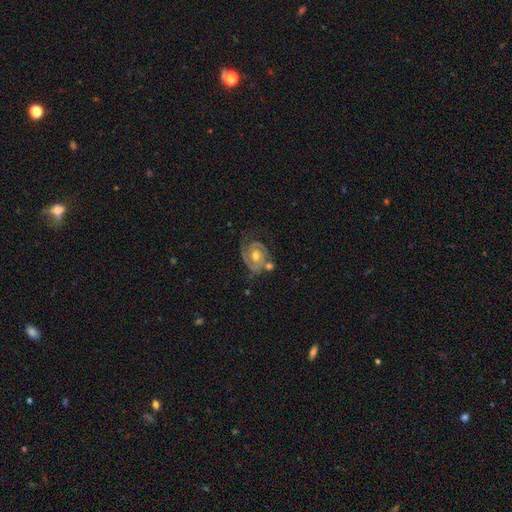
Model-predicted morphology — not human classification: A featured or disk galaxy (84%) with no bar (59%), 2 (66%) tight (59%) spiral arms (94%) and a moderate central bulge (73%).

Vote fractions:
- Smooth or featured? featured or disk: 84% / smooth: 11% / star or artifact: 5%
- Edge-on disk? no: 97% / yes: 3%
- Bar? no: 59% / weak: 33% / strong: 8%
- Spiral arms? yes: 94% / no: 6%
- Spiral winding? tight: 59% / medium: 32% / loose: 8%
- Spiral arm count? 2: 66% / 1: 16% / can't tell: 10% / 3: 6% / 4: 1% / more than 4: 1%
- Bulge size? moderate: 73% / small: 19% / large: 6% / none: 1% / dominant: 1%
- Merging? none: 54% / minor disturbance: 21% / major disturbance: 14% / merger: 11%